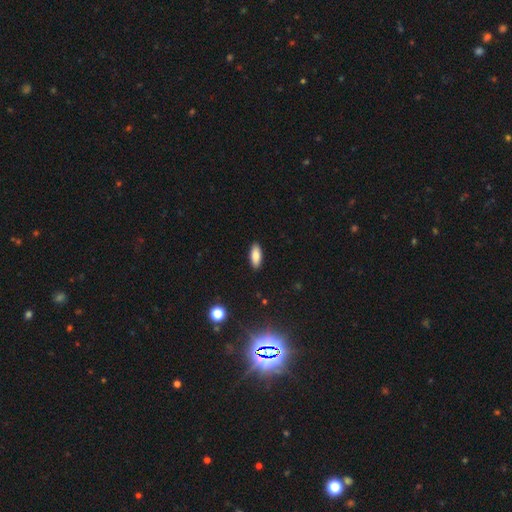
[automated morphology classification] Overall: smooth (82%). How rounded: in between (76%). Merging: none (90%).